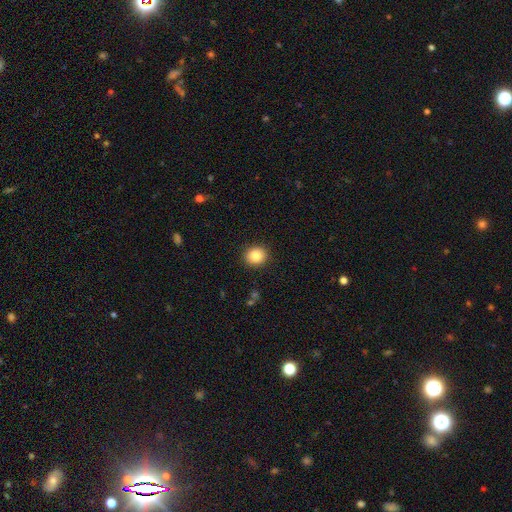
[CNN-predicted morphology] Smooth or featured?
  - smooth: 85% *
  - star or artifact: 9%
  - featured or disk: 6%
How rounded?
  - round: 81% *
  - in between: 18%
  - cigar-shaped: 1%
Merging?
  - none: 91% *
  - minor disturbance: 6%
  - major disturbance: 2%
  - merger: 1%